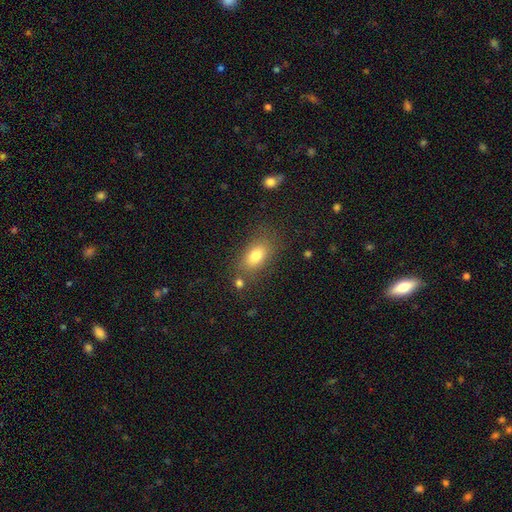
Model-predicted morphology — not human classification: Q: Smooth or featured?
A: smooth (78%); runner-up: featured or disk (12%)
Q: How rounded?
A: in between (84%); runner-up: round (13%)
Q: Merging?
A: none (74%); runner-up: minor disturbance (15%)